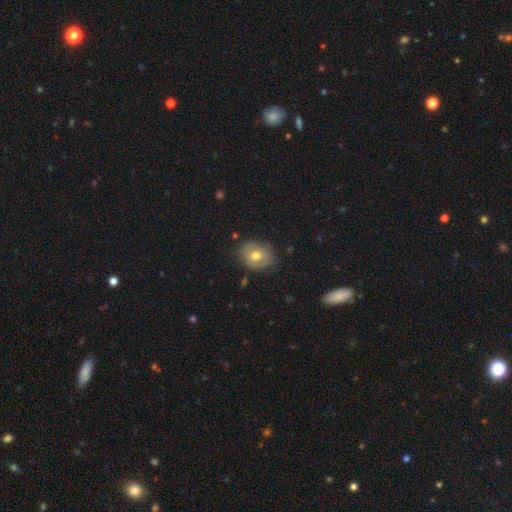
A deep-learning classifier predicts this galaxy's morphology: This appears to be a smooth galaxy with no disk features (60%) that is round (53%). Merging: none (77%).